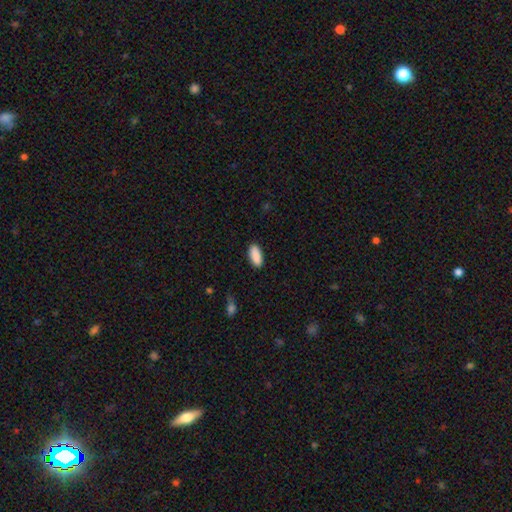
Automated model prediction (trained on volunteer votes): Morphology: type=smooth (91%); roundness=in between (88%); merging=none (87%).